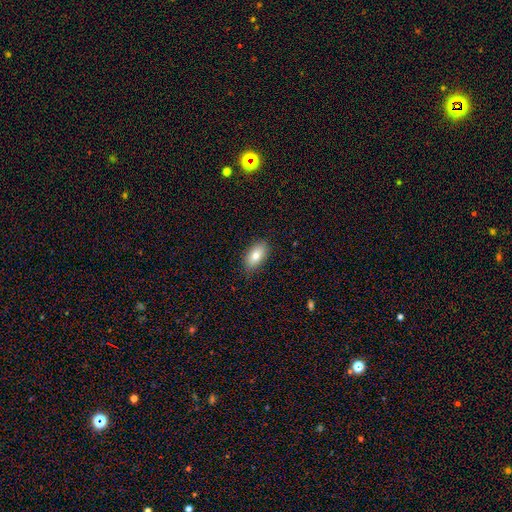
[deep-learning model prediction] This appears to be a smooth galaxy with no disk features (79%) that is in between round and cigar-shaped (91%). Merging: none (85%).